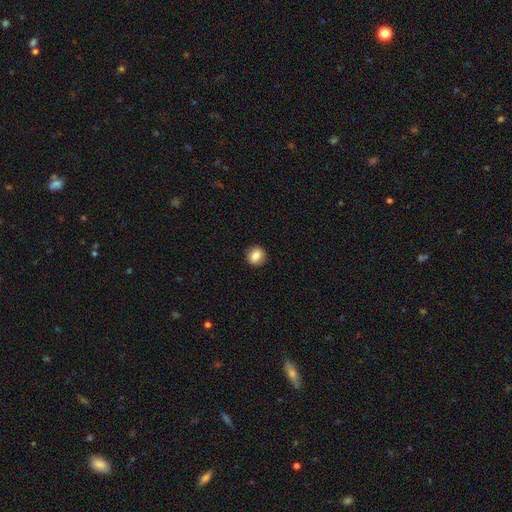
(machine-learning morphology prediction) Q: Smooth or featured?
A: smooth (82%); runner-up: star or artifact (9%)
Q: How rounded?
A: round (85%); runner-up: in between (14%)
Q: Merging?
A: none (91%); runner-up: minor disturbance (6%)